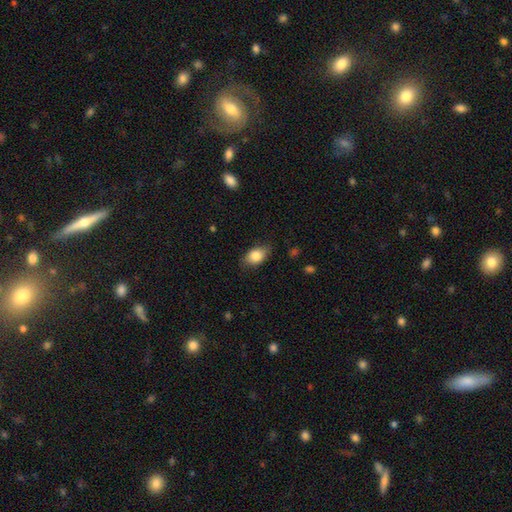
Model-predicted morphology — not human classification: This is clearly a smooth galaxy (83%). How rounded: clearly in between (87%). Merging: likely none (78%).